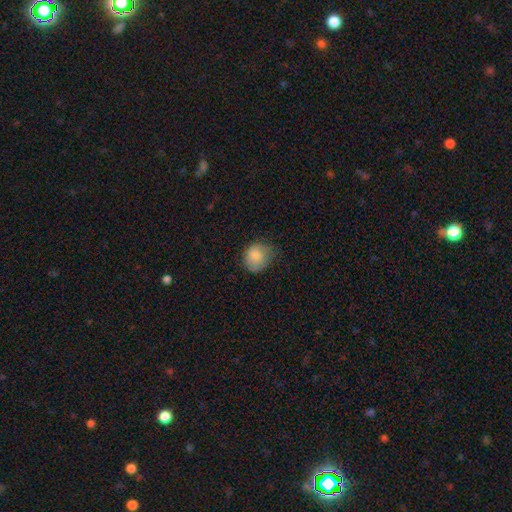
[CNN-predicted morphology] smooth 84%, featured or disk 8%, star or artifact 8%. Down the decision tree: how rounded — round (67%); merging — none (47%).